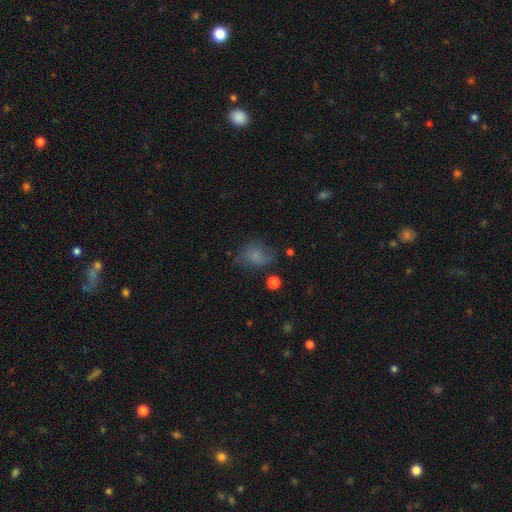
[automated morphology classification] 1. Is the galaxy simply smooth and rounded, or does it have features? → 72% smooth, 14% star or artifact, 14% featured or disk.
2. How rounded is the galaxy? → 67% in between, 31% round, 2% cigar-shaped.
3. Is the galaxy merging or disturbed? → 56% none, 26% minor disturbance, 15% major disturbance, 3% merger.